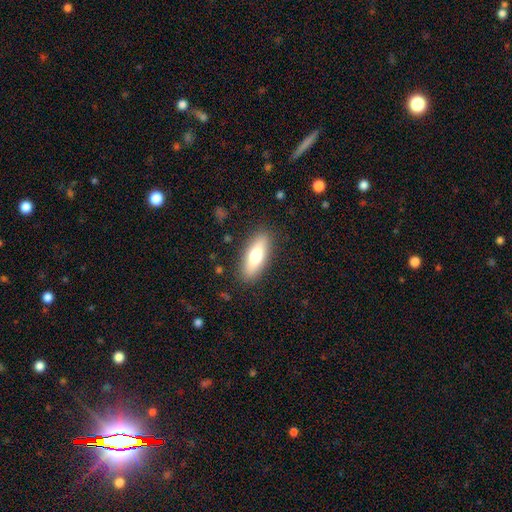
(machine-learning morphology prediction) A smooth galaxy with no disk features (68%) that is in between round and cigar-shaped (61%). Merging: none (87%).